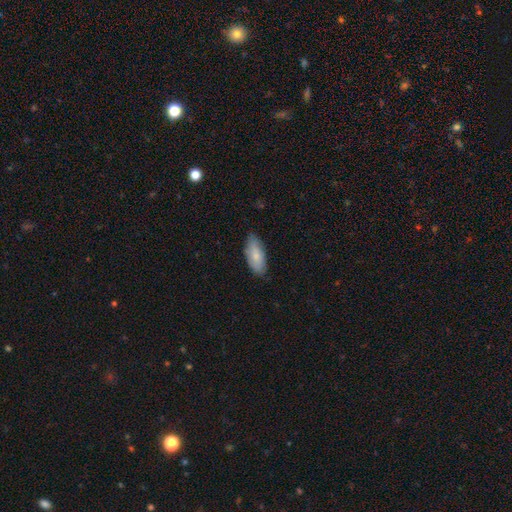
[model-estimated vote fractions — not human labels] Overall: smooth (80%). How rounded: in between (85%). Merging: none (77%).